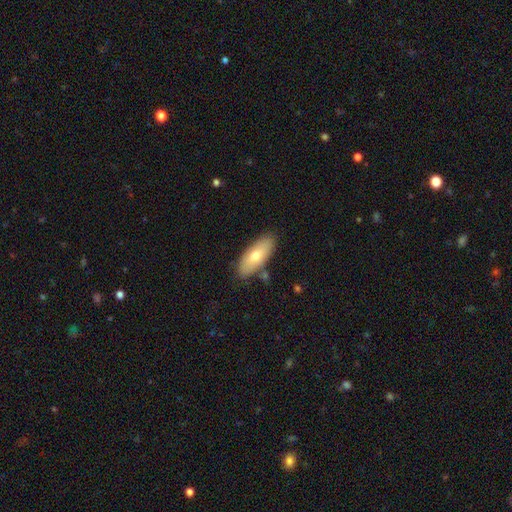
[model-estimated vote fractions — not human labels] Smooth or featured?
  - smooth: 68% *
  - featured or disk: 26%
  - star or artifact: 6%
How rounded?
  - in between: 78% *
  - cigar-shaped: 20%
  - round: 2%
Merging?
  - none: 80% *
  - minor disturbance: 13%
  - merger: 4%
  - major disturbance: 3%